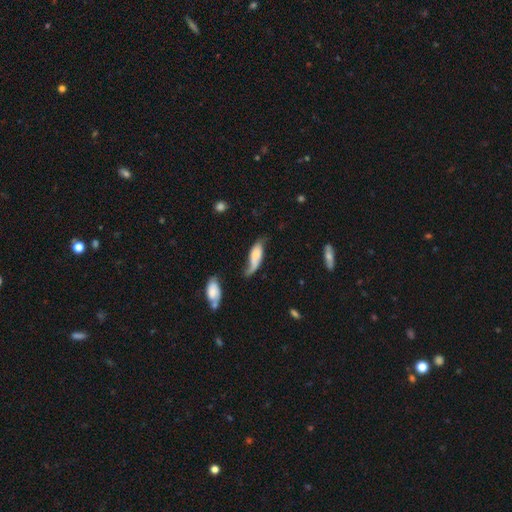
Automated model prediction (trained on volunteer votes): Smooth or featured? Predicted: smooth (p=0.51). How rounded? Predicted: in between (p=0.69). Merging? Predicted: minor disturbance (p=0.35).